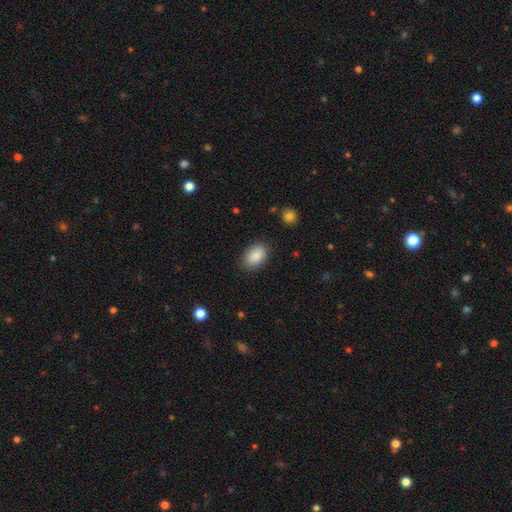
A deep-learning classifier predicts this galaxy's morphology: A smooth galaxy with no disk features (89%) that is in between round and cigar-shaped (87%).

Vote fractions:
- Smooth or featured? smooth: 89% / star or artifact: 7% / featured or disk: 4%
- How rounded? in between: 87% / round: 12% / cigar-shaped: 1%
- Merging? none: 84% / minor disturbance: 12% / major disturbance: 3% / merger: 1%